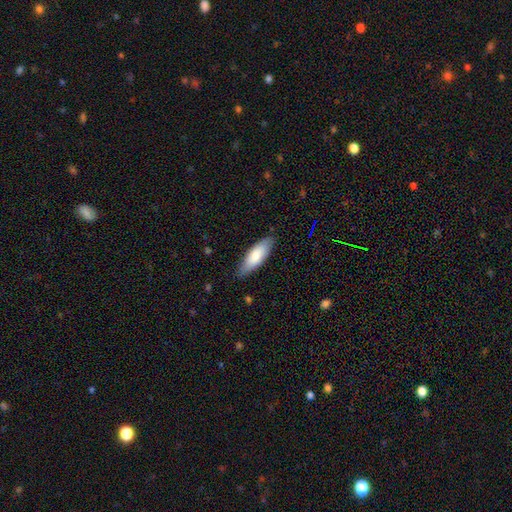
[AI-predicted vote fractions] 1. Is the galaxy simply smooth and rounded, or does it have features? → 79% smooth, 16% featured or disk, 5% star or artifact.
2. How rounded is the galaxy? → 60% in between, 39% cigar-shaped, 1% round.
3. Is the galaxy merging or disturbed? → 84% none, 13% minor disturbance, 2% major disturbance, 1% merger.